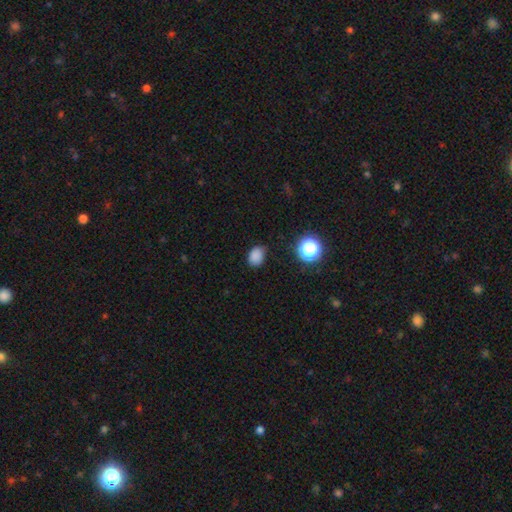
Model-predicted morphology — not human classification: Smooth or featured? smooth (82%)
How rounded? in between (67%)
Merging? none (77%)